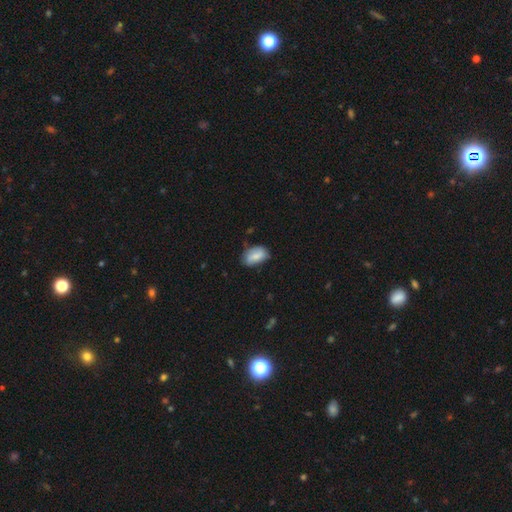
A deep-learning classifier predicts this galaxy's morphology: Smooth or featured? Predicted: smooth (p=0.78). How rounded? Predicted: in between (p=0.91). Merging? Predicted: none (p=0.68).